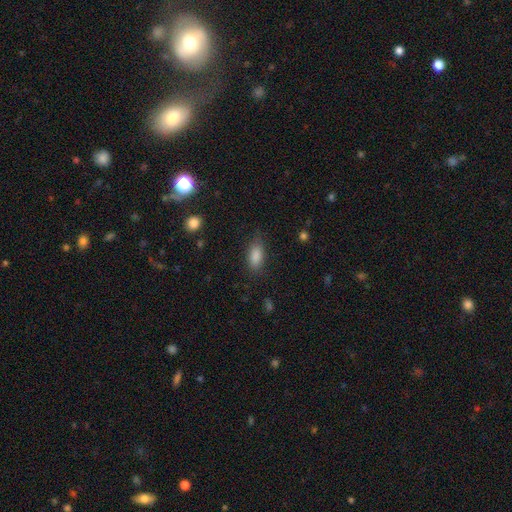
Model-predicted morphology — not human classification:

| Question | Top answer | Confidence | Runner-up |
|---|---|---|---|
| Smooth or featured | smooth | 84% | star or artifact (10%) |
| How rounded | in between | 83% | cigar-shaped (14%) |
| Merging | none | 79% | minor disturbance (15%) |